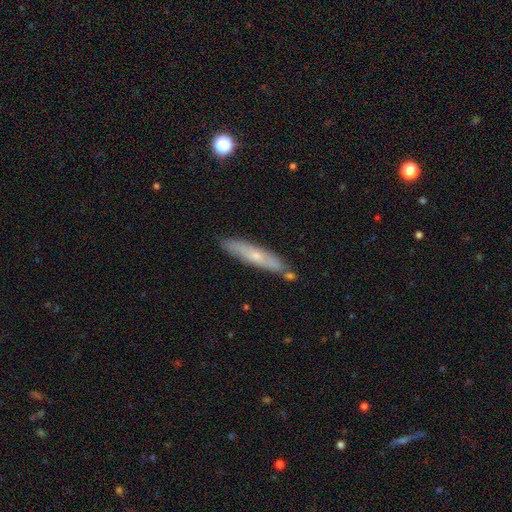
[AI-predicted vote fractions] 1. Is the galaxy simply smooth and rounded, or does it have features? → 47% smooth, 46% featured or disk, 7% star or artifact.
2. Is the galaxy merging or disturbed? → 78% none, 14% minor disturbance, 6% merger, 2% major disturbance.